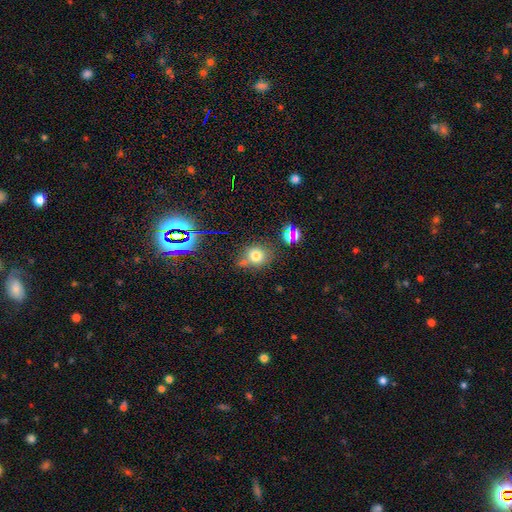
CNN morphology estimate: This appears to be a smooth galaxy with no disk features (68%) that is round (74%). Merging: none (63%).